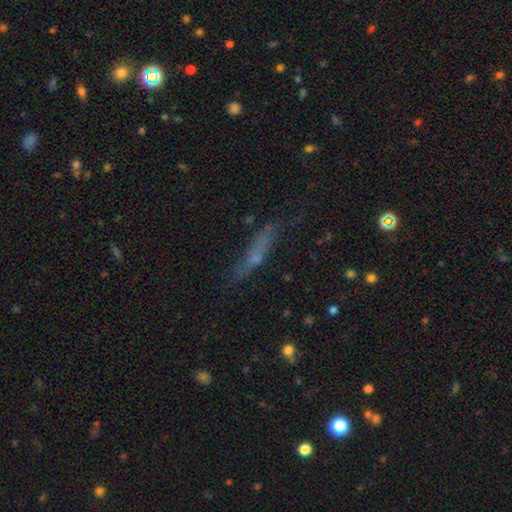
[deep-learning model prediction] This is possibly a smooth galaxy (52%). How rounded: clearly cigar-shaped (82%). Merging: likely none (61%).